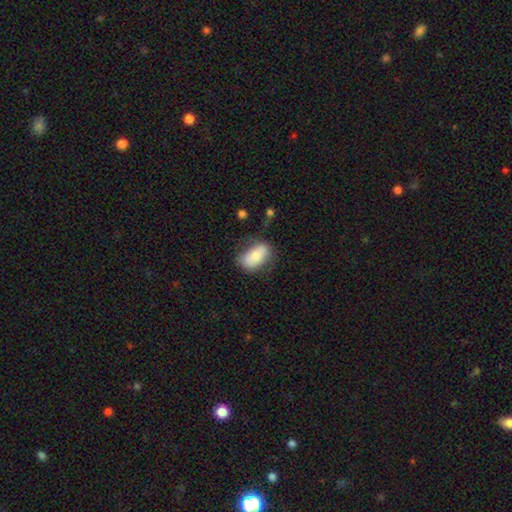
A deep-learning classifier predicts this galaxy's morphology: This appears to be a smooth galaxy with no disk features (78%) that is in between round and cigar-shaped (91%). Merging: none (63%).